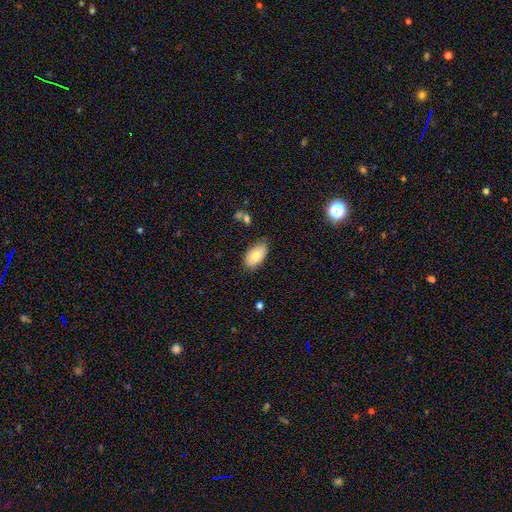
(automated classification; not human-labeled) smooth 78%, featured or disk 15%, star or artifact 7%. Down the decision tree: how rounded — in between (93%); merging — none (69%).